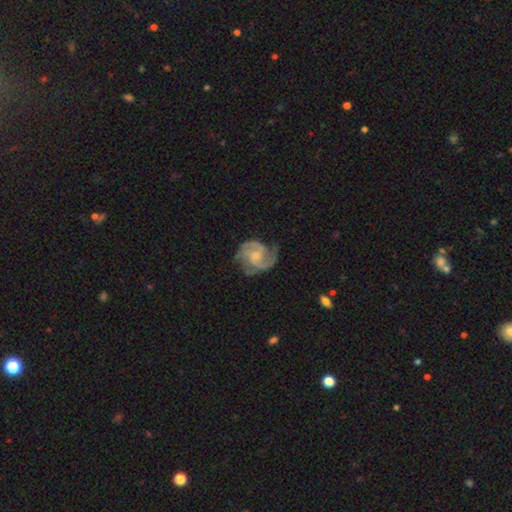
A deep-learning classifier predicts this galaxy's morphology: Smooth or featured? featured or disk (90%)
Edge-on disk? no (98%)
Bar? no (55%)
Spiral arms? yes (98%)
Spiral winding? medium (54%)
Spiral arm count? 2 (48%)
Bulge size? small (56%)
Merging? none (70%)